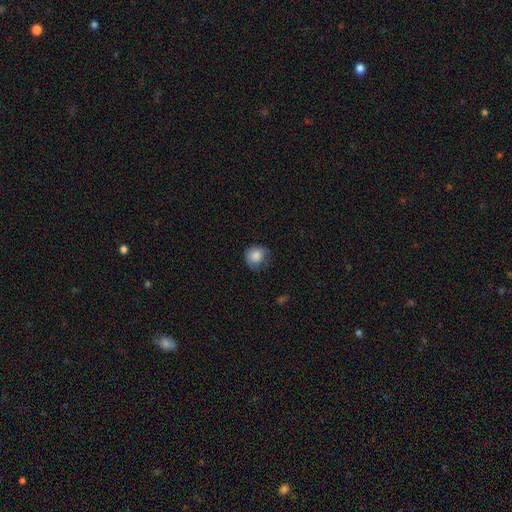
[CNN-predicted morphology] Smooth or featured? Predicted: smooth (p=0.81). How rounded? Predicted: round (p=0.83). Merging? Predicted: none (p=0.58).